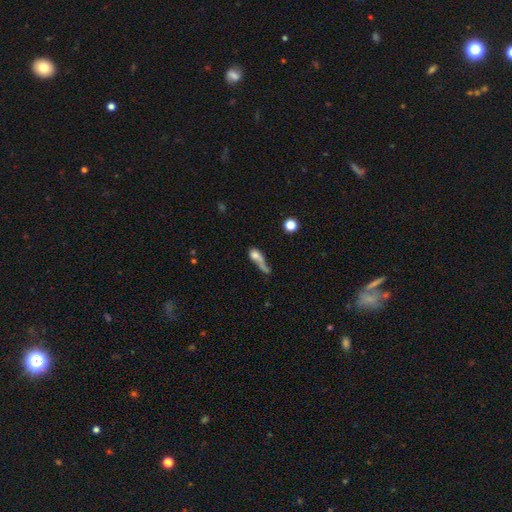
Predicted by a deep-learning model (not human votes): smooth_or_featured: smooth (p=0.59) [alt: featured or disk p=0.29]
how_rounded: in between (p=0.49) [alt: cigar-shaped p=0.31]
merging: major disturbance (p=0.33) [alt: merger p=0.31]